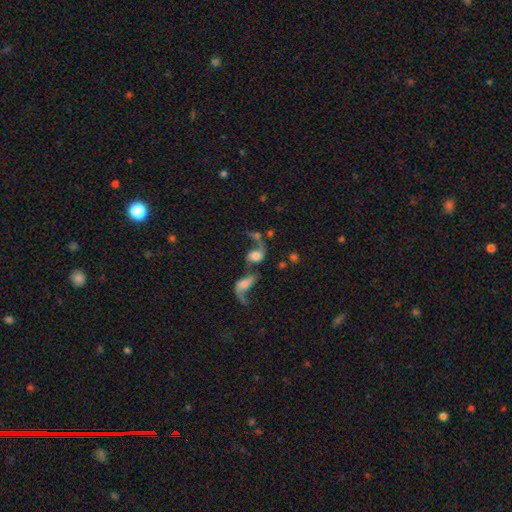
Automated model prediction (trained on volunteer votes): Q: Smooth or featured?
A: featured or disk (48%); runner-up: smooth (39%)
Q: Merging?
A: merger (63%); runner-up: major disturbance (17%)